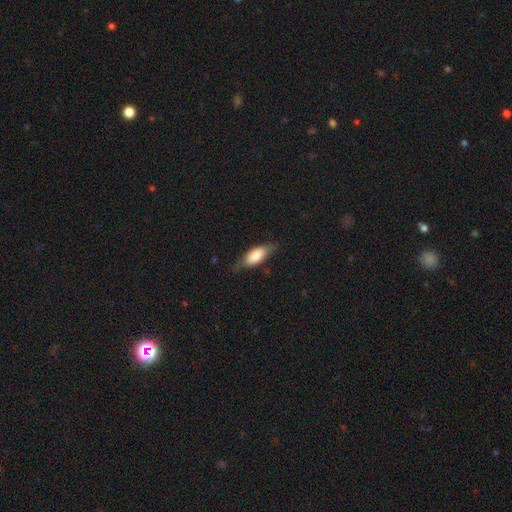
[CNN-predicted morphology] type=smooth (69%); roundness=in between (72%); merging=none (69%).